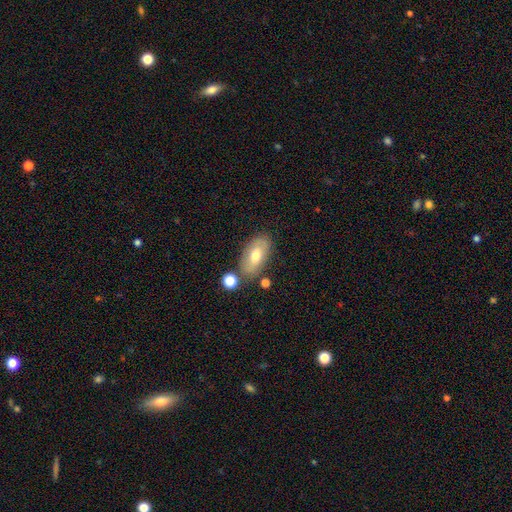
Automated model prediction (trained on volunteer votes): The model was most divided on "smooth or featured": smooth: 63%, featured or disk: 29%, star or artifact: 8%. More confident: how rounded — in between (90%); merging — none (73%).